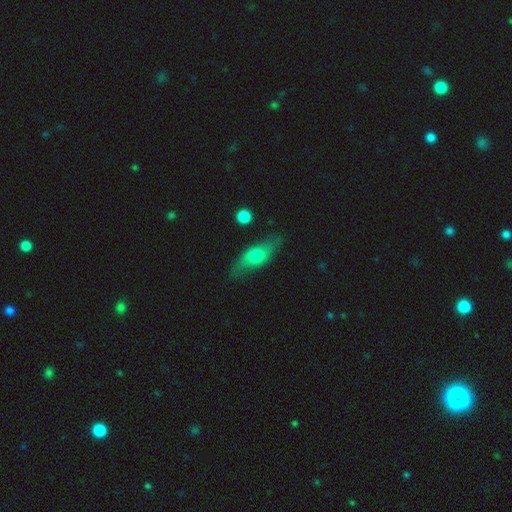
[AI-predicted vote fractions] A smooth galaxy with no disk features (59%) that is in between round and cigar-shaped (64%). Merging: none (74%).